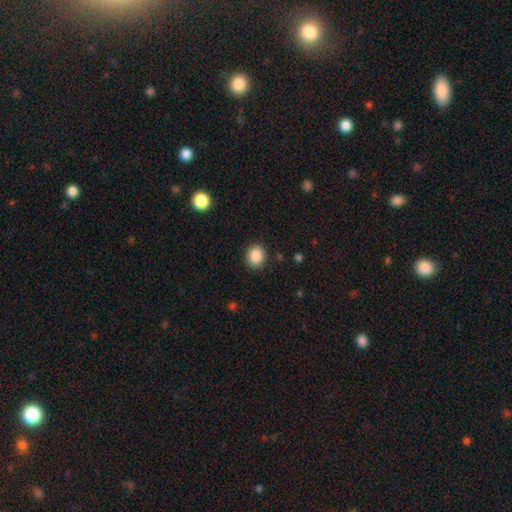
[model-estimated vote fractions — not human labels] Smooth or featured? Predicted: smooth (p=0.87). How rounded? Predicted: round (p=0.65). Merging? Predicted: none (p=0.89).